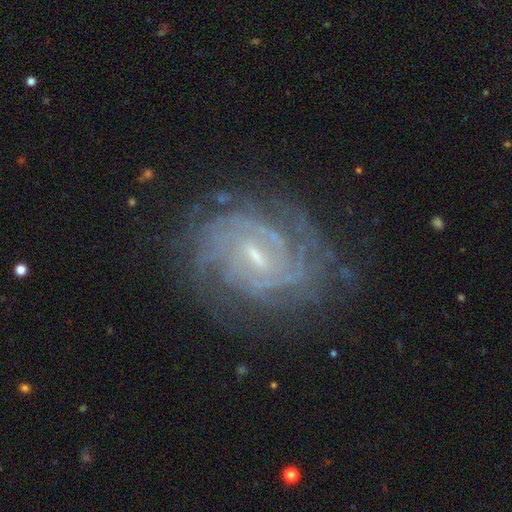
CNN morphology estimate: type=featured or disk (89%); edge-on=no (97%); bar=weak (56%); spiral arms=yes (98%); winding=tight (76%); arm count=can't tell (27%); bulge=small (69%); merging=none (77%).